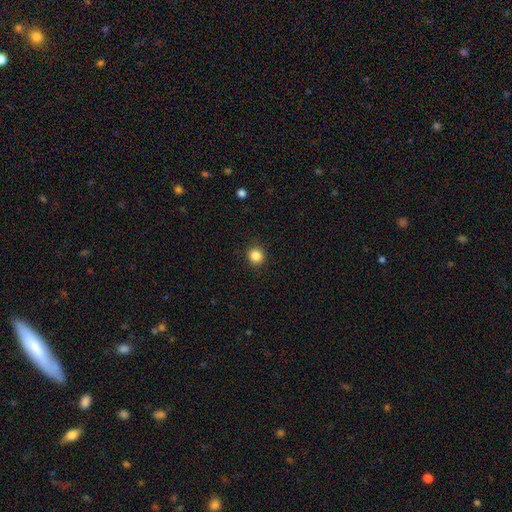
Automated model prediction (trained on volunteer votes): A smooth galaxy with no disk features (86%) that is round (90%). Merging: none (91%).